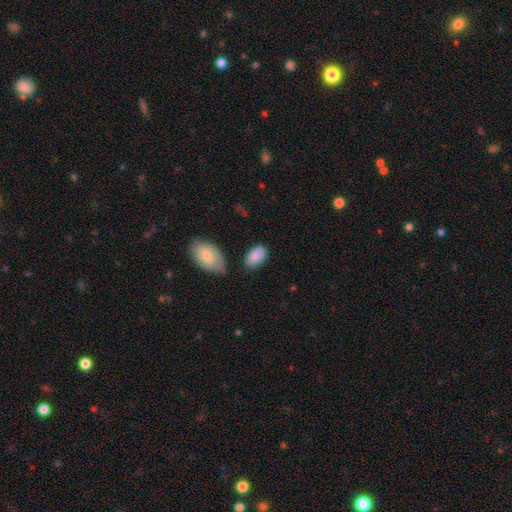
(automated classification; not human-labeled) Smooth or featured: smooth — 85% (featured or disk — 8%)
How rounded: in between — 94% (round — 5%)
Merging: none — 68% (minor disturbance — 21%)